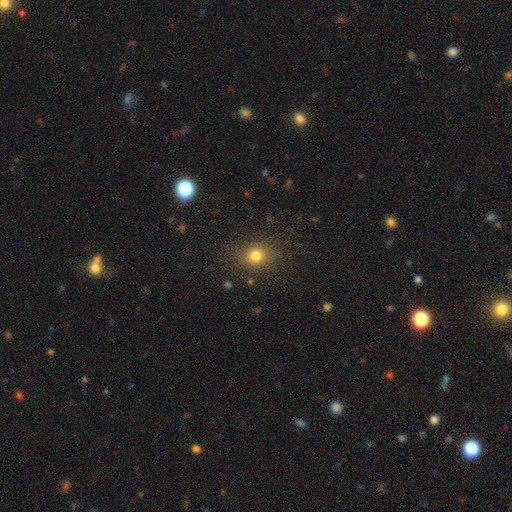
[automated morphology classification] smooth 78%, star or artifact 14%, featured or disk 8%. Down the decision tree: how rounded — round (61%); merging — none (83%).